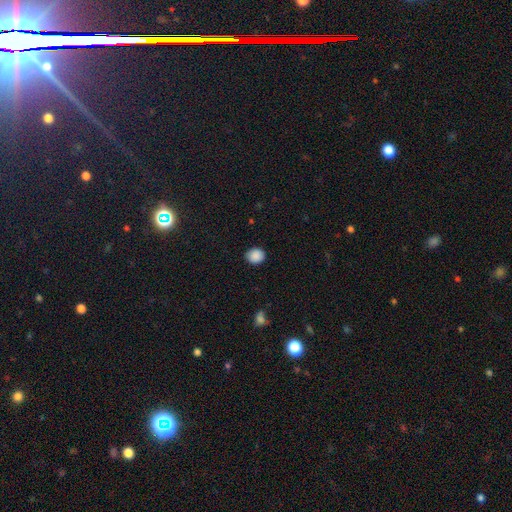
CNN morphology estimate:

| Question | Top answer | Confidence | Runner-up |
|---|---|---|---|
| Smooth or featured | smooth | 89% | star or artifact (8%) |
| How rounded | round | 71% | in between (28%) |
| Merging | none | 86% | minor disturbance (10%) |